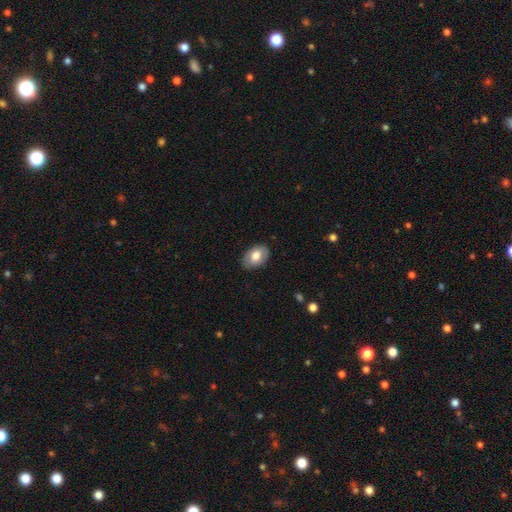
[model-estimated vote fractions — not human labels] Smooth or featured: smooth — 73% (featured or disk — 21%)
How rounded: in between — 87% (round — 12%)
Merging: none — 84% (minor disturbance — 12%)